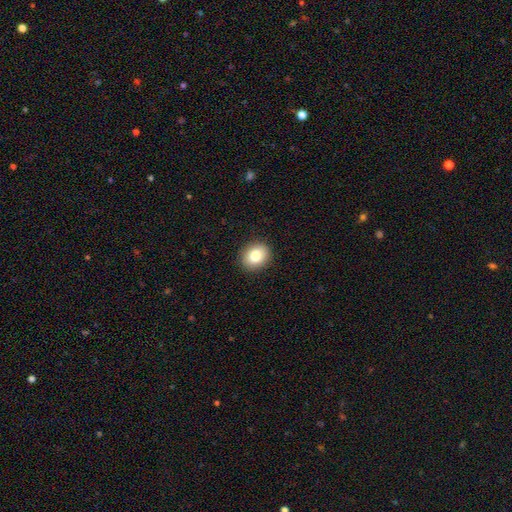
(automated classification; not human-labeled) Morphology: type=smooth (83%); roundness=round (62%); merging=none (91%).